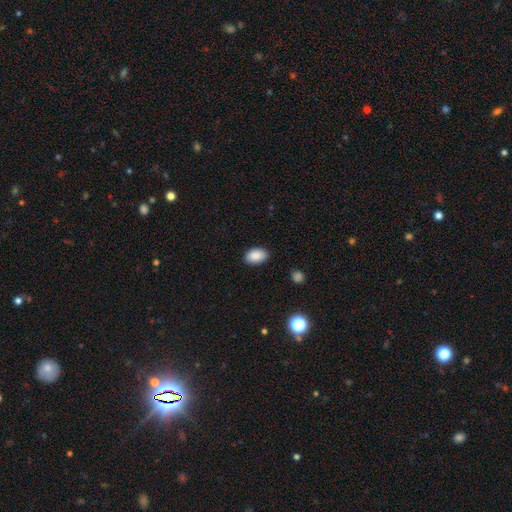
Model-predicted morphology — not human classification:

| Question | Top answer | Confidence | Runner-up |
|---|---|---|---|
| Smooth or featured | smooth | 88% | star or artifact (8%) |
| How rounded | in between | 90% | round (9%) |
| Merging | none | 86% | minor disturbance (11%) |